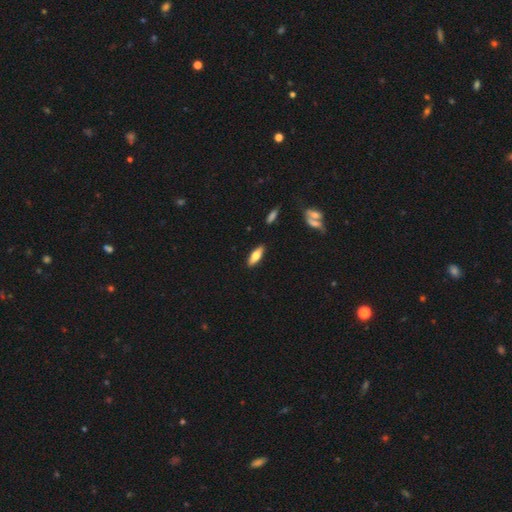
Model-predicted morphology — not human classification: This appears to be a smooth galaxy with no disk features (60%) that is in between round and cigar-shaped (59%). Merging: none (88%).